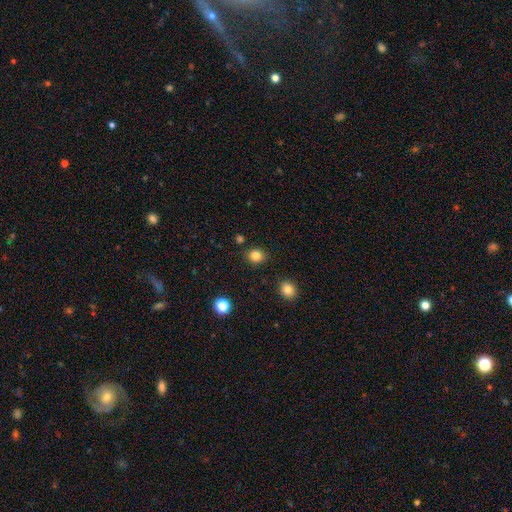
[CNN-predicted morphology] Q: Smooth or featured?
A: smooth (83%); runner-up: star or artifact (12%)
Q: How rounded?
A: round (72%); runner-up: in between (27%)
Q: Merging?
A: none (87%); runner-up: minor disturbance (8%)